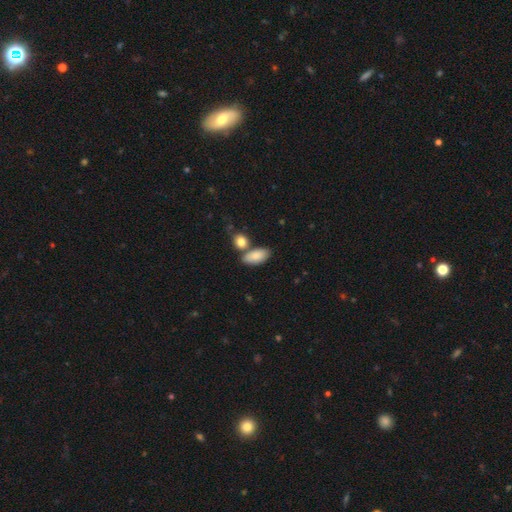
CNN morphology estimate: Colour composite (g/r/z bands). It shows a smooth galaxy with no disk features (85%) that is in between round and cigar-shaped (90%). Merging: none (62%).